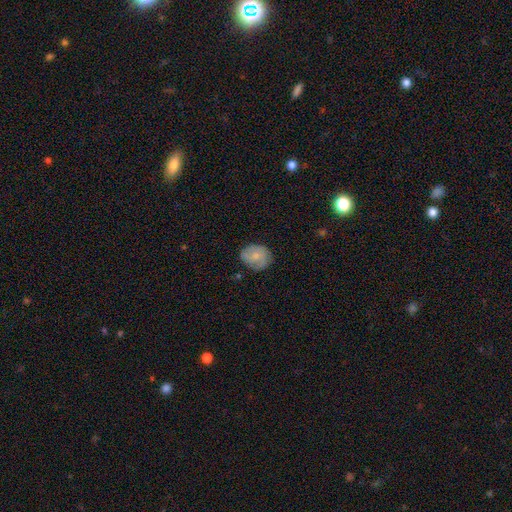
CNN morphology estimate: This is likely a smooth galaxy (61%). How rounded: likely round (60%). Merging: likely none (70%).